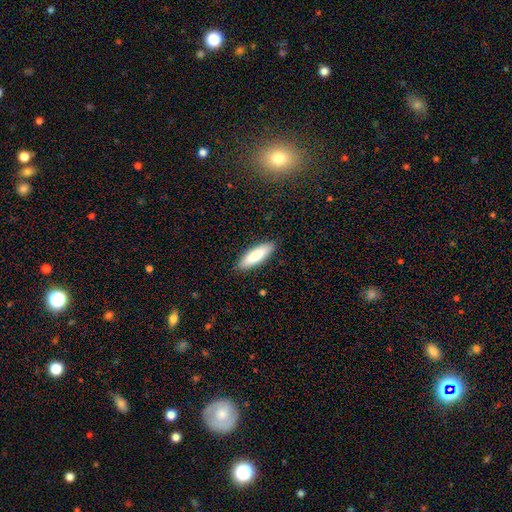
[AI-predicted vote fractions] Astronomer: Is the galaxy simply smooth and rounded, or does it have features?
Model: smooth — 83%.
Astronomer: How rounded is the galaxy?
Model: cigar-shaped — 50% (runner-up: in between, 49%).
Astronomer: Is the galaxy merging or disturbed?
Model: none — 88%.